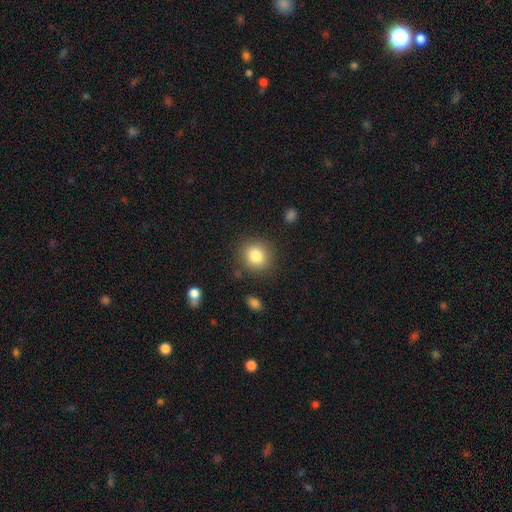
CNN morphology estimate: A smooth galaxy with no disk features (83%) that is round (82%).

Vote fractions:
- Smooth or featured? smooth: 83% / star or artifact: 10% / featured or disk: 7%
- How rounded? round: 82% / in between: 17% / cigar-shaped: 1%
- Merging? none: 86% / minor disturbance: 9% / major disturbance: 3% / merger: 2%